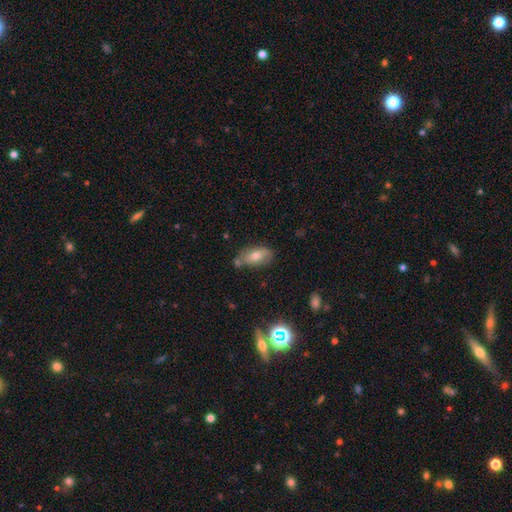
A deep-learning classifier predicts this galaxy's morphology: Q: Smooth or featured?
A: smooth (65%); runner-up: featured or disk (26%)
Q: How rounded?
A: in between (87%); runner-up: cigar-shaped (8%)
Q: Merging?
A: none (65%); runner-up: minor disturbance (19%)